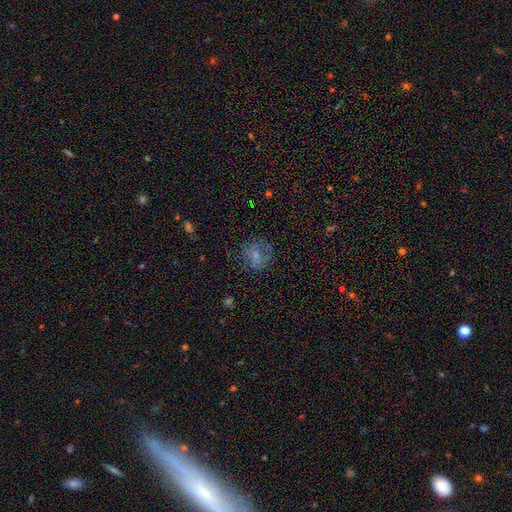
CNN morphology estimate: Smooth or featured? Predicted: smooth (p=0.59). How rounded? Predicted: round (p=0.79). Merging? Predicted: none (p=0.66).